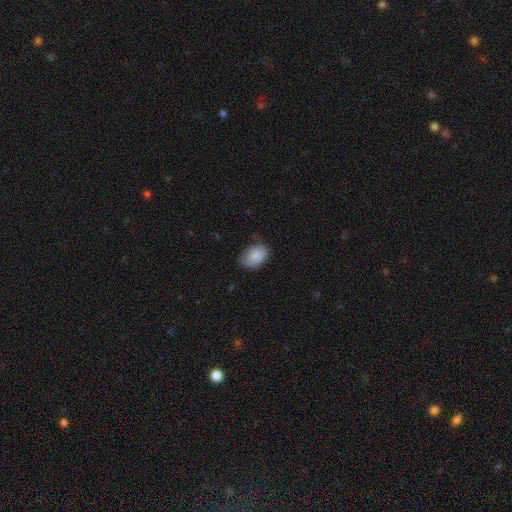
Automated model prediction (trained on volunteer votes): smooth_or_featured: smooth (p=0.87) [alt: star or artifact p=0.07]
how_rounded: in between (p=0.84) [alt: round p=0.15]
merging: none (p=0.69) [alt: minor disturbance p=0.25]